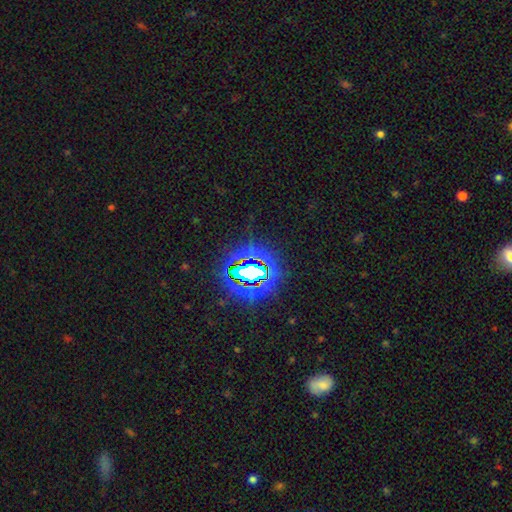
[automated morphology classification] smooth_or_featured: star or artifact (p=0.82) [alt: smooth p=0.11]